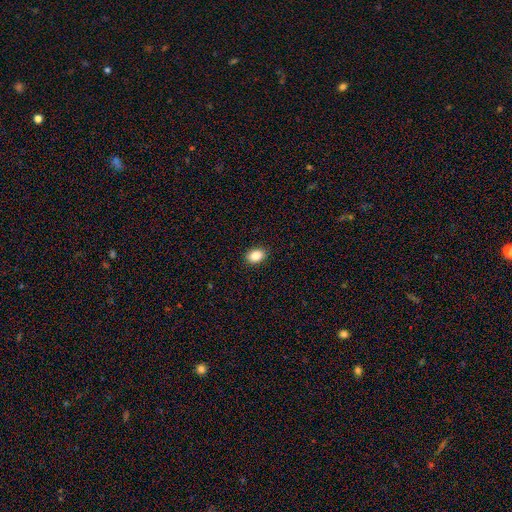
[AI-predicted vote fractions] This appears to be a smooth galaxy with no disk features (87%) that is in between round and cigar-shaped (74%). Merging: none (90%).